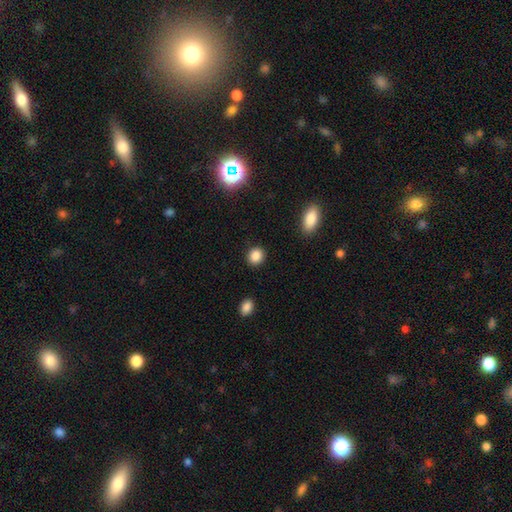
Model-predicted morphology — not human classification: This appears to be a smooth galaxy with no disk features (87%) that is round (81%). Merging: none (91%).